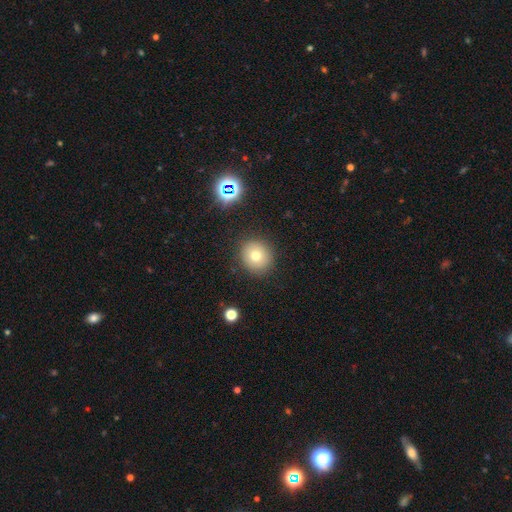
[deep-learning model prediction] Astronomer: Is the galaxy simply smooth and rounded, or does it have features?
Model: smooth — 74%.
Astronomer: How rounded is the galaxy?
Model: round — 87%.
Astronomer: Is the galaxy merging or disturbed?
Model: none — 88%.